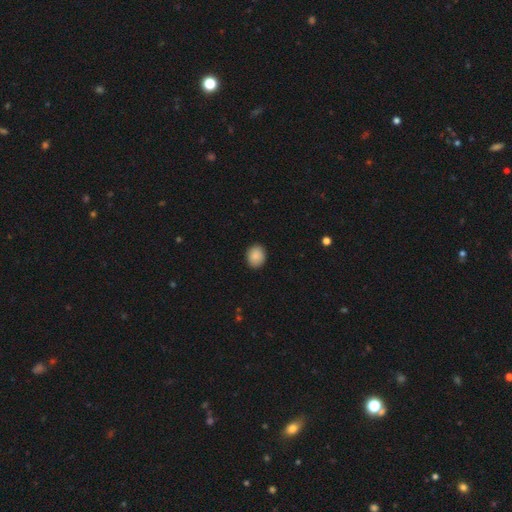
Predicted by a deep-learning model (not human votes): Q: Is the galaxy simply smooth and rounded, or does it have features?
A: smooth — 89%.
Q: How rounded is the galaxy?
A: round — 59%.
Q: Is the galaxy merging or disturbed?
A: none — 89%.